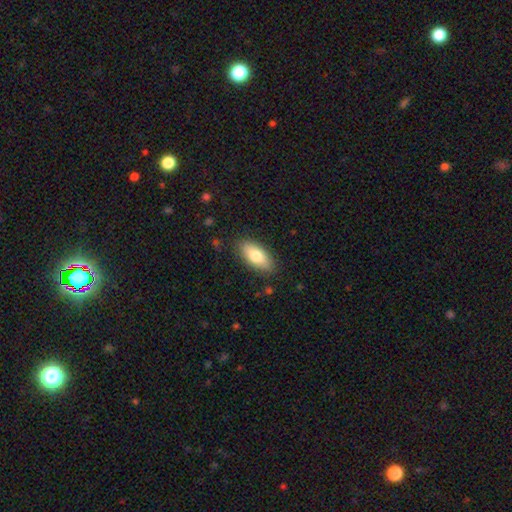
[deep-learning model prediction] A smooth galaxy with no disk features (78%) that is in between round and cigar-shaped (87%).

Vote fractions:
- Smooth or featured? smooth: 78% / featured or disk: 16% / star or artifact: 6%
- How rounded? in between: 87% / cigar-shaped: 10% / round: 3%
- Merging? none: 85% / minor disturbance: 11% / major disturbance: 2% / merger: 1%